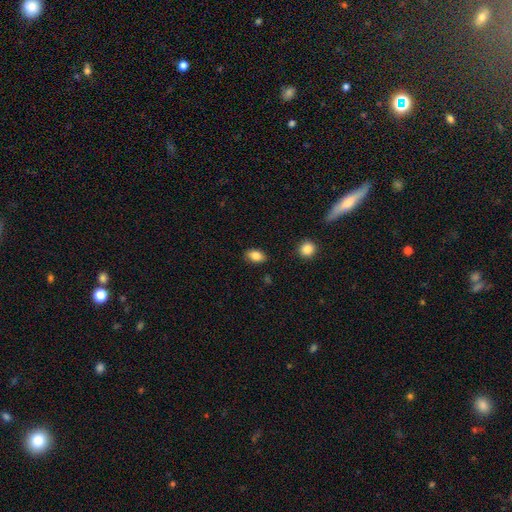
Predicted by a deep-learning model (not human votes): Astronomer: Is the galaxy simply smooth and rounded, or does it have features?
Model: smooth — 85%.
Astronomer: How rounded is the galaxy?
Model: in between — 86%.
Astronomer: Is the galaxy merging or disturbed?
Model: none — 85%.